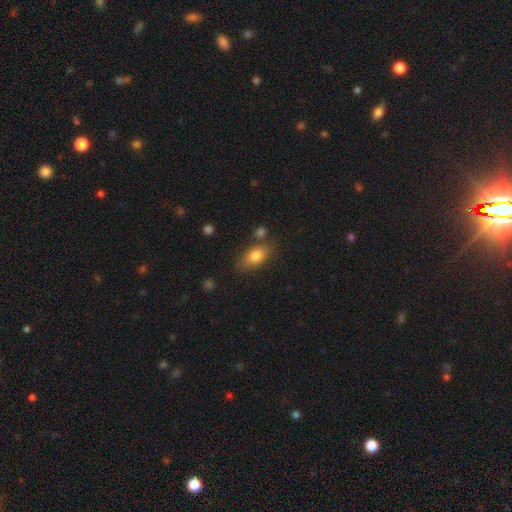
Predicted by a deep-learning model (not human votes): smooth-or-featured: smooth: 79% | featured or disk: 13% | star or artifact: 8%
  how-rounded: in between: 84% | round: 10% | cigar-shaped: 5%
  merging: none: 71% | minor disturbance: 16% | merger: 8% | major disturbance: 5%